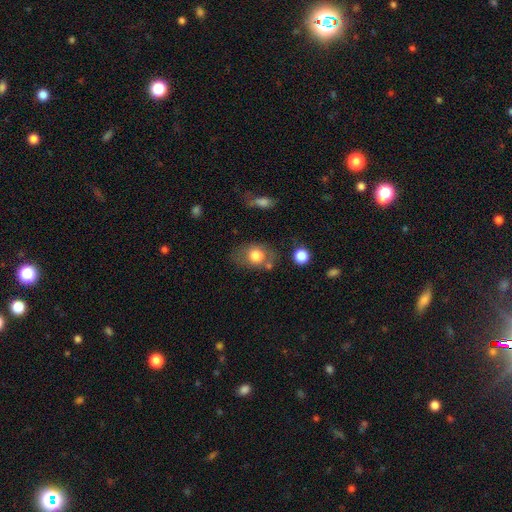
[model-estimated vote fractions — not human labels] smooth_or_featured: smooth (p=0.76) [alt: featured or disk p=0.16]
how_rounded: in between (p=0.58) [alt: round p=0.41]
merging: none (p=0.61) [alt: minor disturbance p=0.20]